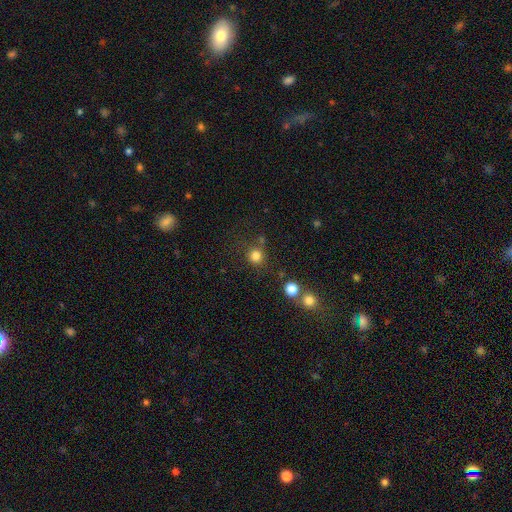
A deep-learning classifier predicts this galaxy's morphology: smooth 80%, star or artifact 15%, featured or disk 5%. Down the decision tree: how rounded — round (92%); merging — none (77%).